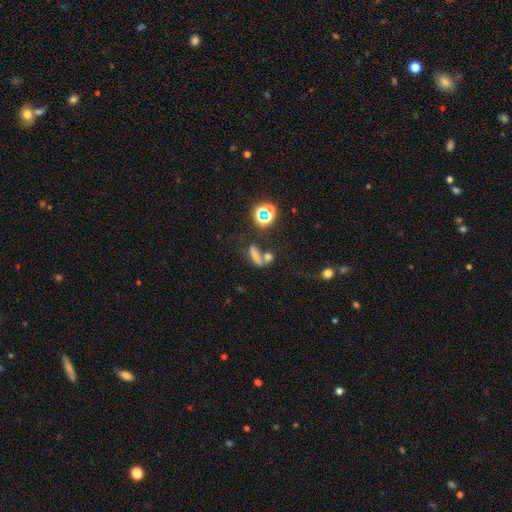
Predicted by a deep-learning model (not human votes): Morphology: type=smooth (57%); roundness=cigar-shaped (51%); merging=none (41%).